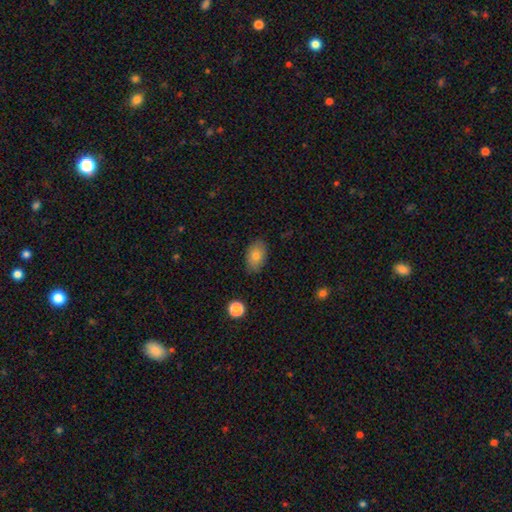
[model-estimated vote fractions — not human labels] smooth-or-featured: smooth: 79% | featured or disk: 13% | star or artifact: 8%
  how-rounded: in between: 87% | round: 12% | cigar-shaped: 1%
  merging: none: 84% | minor disturbance: 12% | major disturbance: 2% | merger: 1%